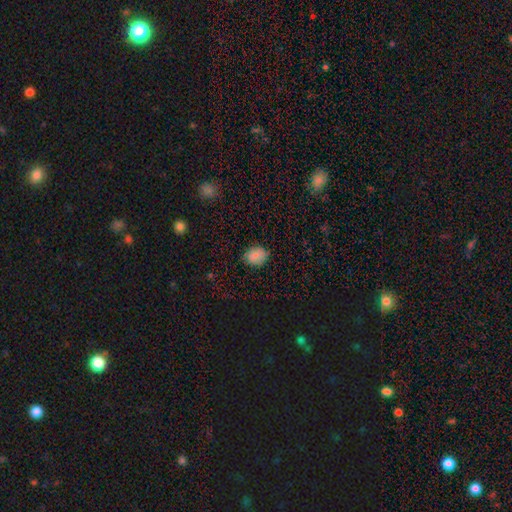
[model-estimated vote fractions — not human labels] Smooth or featured? Predicted: smooth (p=0.82). How rounded? Predicted: round (p=0.52). Merging? Predicted: none (p=0.79).